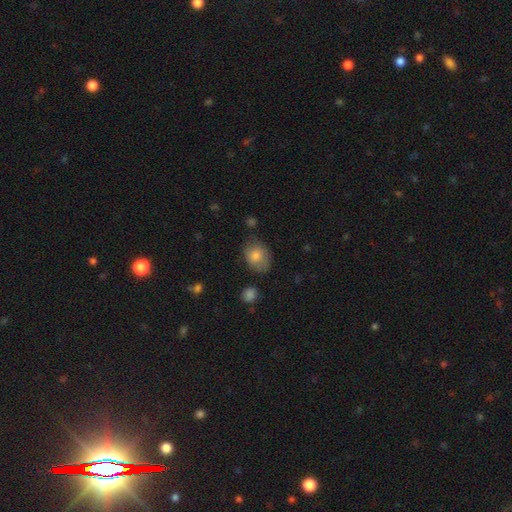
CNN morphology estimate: smooth-or-featured: smooth: 79% | featured or disk: 13% | star or artifact: 8%
  how-rounded: in between: 64% | round: 35% | cigar-shaped: 1%
  merging: none: 65% | minor disturbance: 26% | major disturbance: 6% | merger: 3%